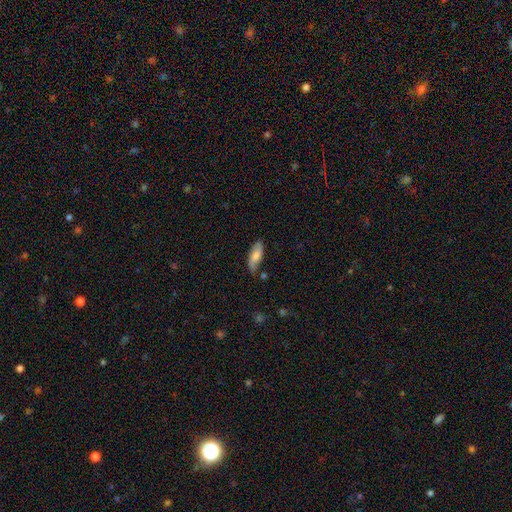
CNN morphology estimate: Smooth or featured: smooth — 64% (featured or disk — 30%)
How rounded: in between — 72% (cigar-shaped — 26%)
Merging: none — 70% (minor disturbance — 21%)